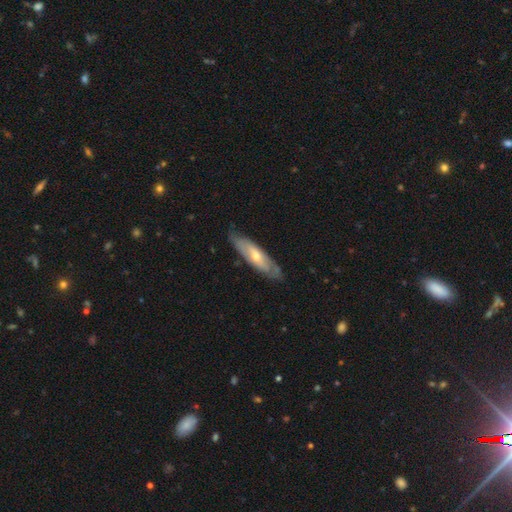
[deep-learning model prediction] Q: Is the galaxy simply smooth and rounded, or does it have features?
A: featured or disk — 56%.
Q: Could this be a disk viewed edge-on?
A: no — 59%.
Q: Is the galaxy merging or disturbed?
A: none — 77%.